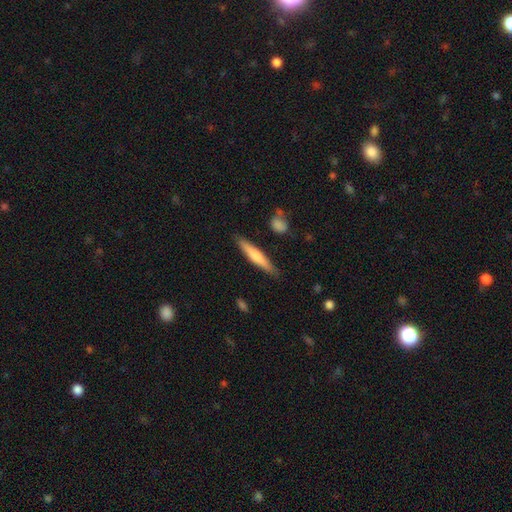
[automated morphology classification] smooth 63%, featured or disk 32%, star or artifact 5%. Down the decision tree: how rounded — cigar-shaped (90%); merging — none (87%).